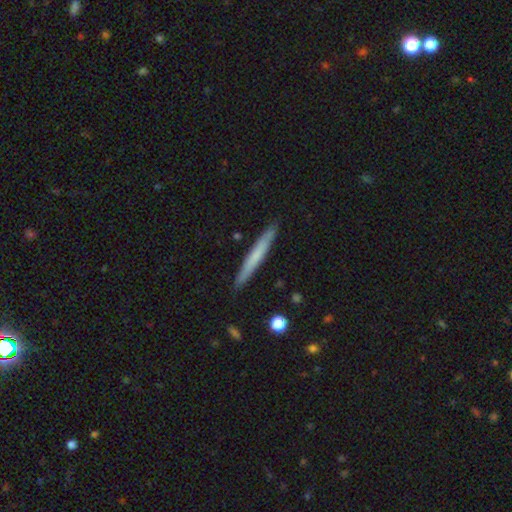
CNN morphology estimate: Smooth or featured: smooth — 60% (featured or disk — 35%)
How rounded: cigar-shaped — 97% (in between — 2%)
Merging: none — 91% (minor disturbance — 7%)